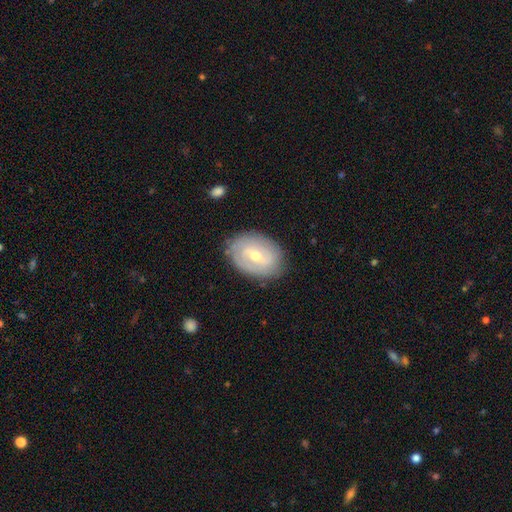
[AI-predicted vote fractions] Morphology: type=featured or disk (69%); edge-on=no (95%); bar=weak (50%); spiral arms=yes (73%); bulge=moderate (55%); merging=none (81%).